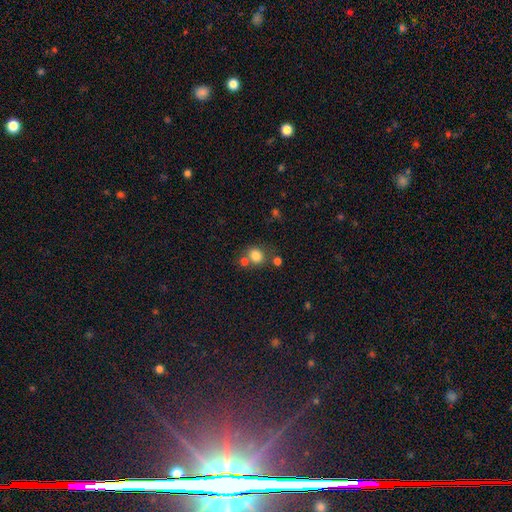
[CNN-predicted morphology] Smooth or featured: smooth — 80% (star or artifact — 12%)
How rounded: round — 71% (in between — 28%)
Merging: none — 59% (merger — 25%)